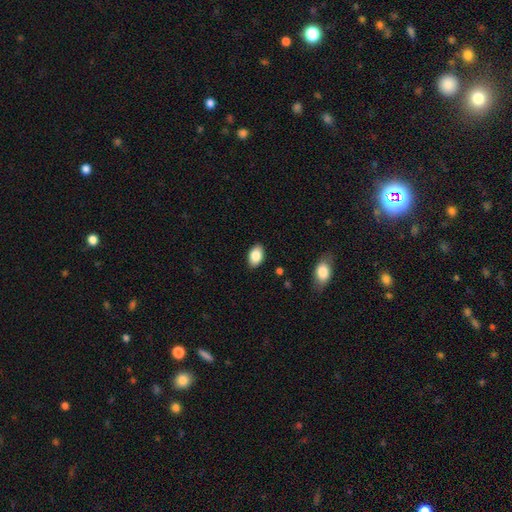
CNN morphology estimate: Smooth or featured? smooth (85%)
How rounded? in between (90%)
Merging? none (87%)